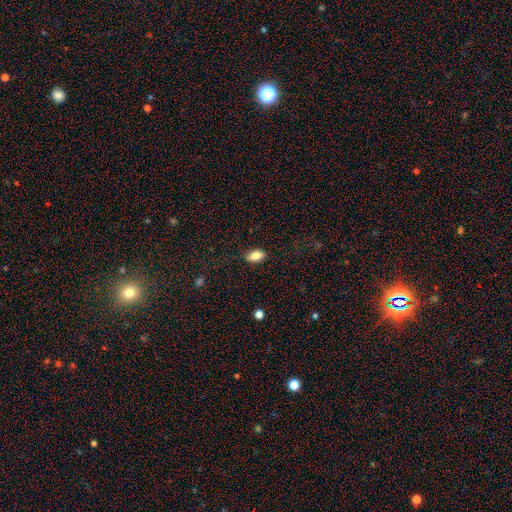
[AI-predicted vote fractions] Overall: smooth (83%). How rounded: in between (89%). Merging: none (83%).